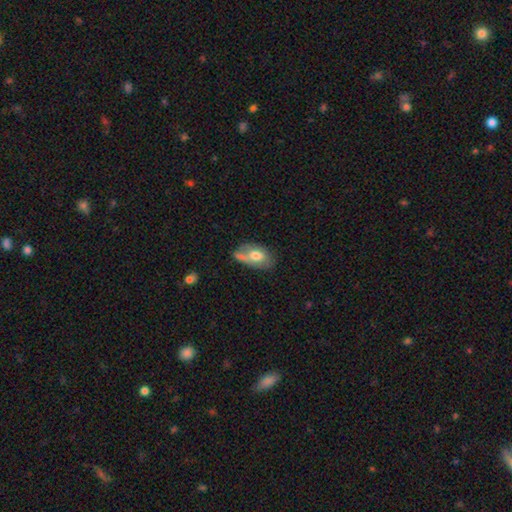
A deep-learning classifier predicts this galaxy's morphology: smooth_or_featured: smooth (p=0.61) [alt: featured or disk p=0.32]
how_rounded: in between (p=0.90) [alt: round p=0.07]
merging: none (p=0.43) [alt: minor disturbance p=0.31]